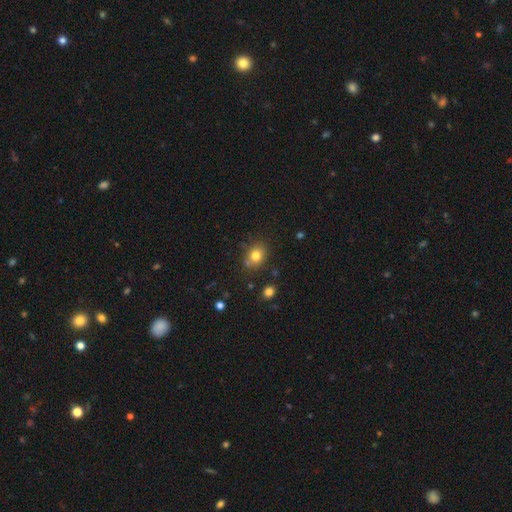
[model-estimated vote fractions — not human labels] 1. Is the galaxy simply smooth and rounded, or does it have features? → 79% smooth, 12% star or artifact, 9% featured or disk.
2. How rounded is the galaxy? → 56% round, 43% in between, 1% cigar-shaped.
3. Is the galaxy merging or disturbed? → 77% none, 14% minor disturbance, 6% merger, 3% major disturbance.